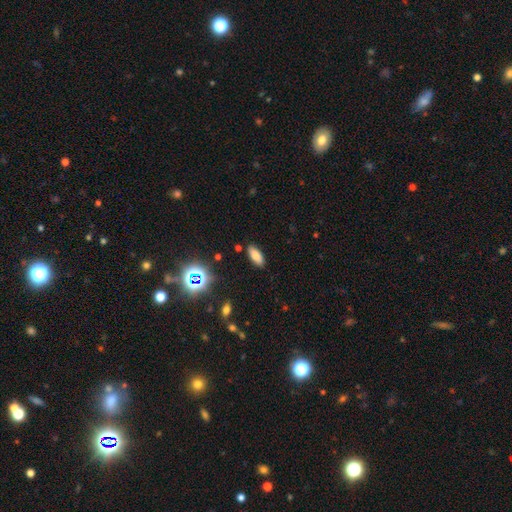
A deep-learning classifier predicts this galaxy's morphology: Overall: smooth (78%). How rounded: in between (79%). Merging: none (87%).